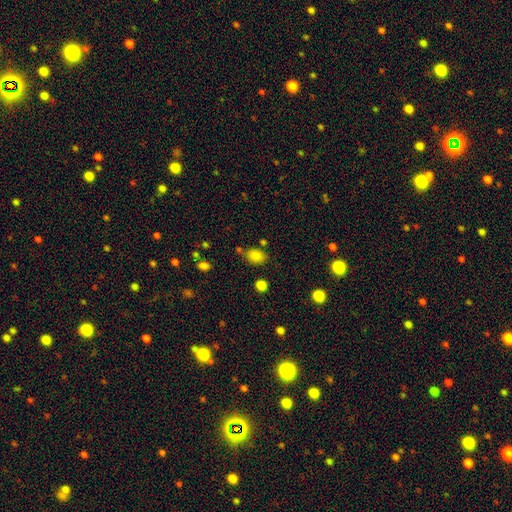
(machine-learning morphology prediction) Overall: smooth (83%). How rounded: in between (67%; round 32%). Merging: none (71%).